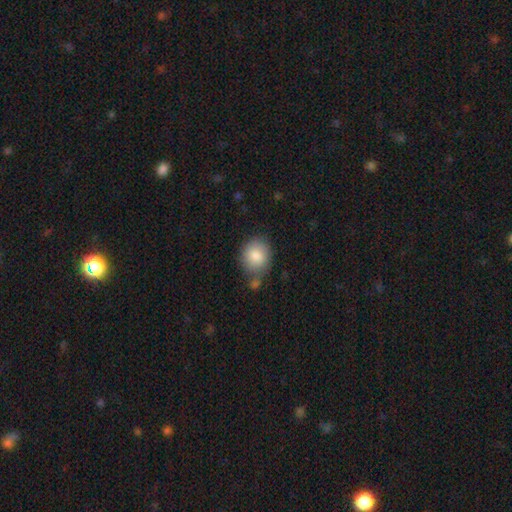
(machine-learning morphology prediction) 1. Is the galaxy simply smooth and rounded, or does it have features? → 86% smooth, 7% featured or disk, 7% star or artifact.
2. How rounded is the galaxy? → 68% round, 31% in between, 1% cigar-shaped.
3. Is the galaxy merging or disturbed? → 66% none, 17% minor disturbance, 12% merger, 5% major disturbance.